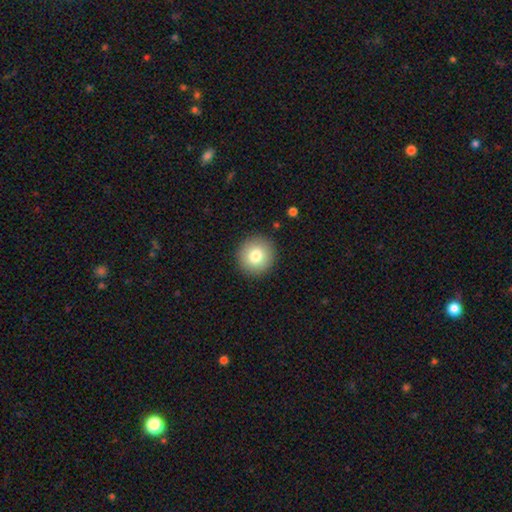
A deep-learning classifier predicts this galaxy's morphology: smooth-or-featured: smooth: 80% | featured or disk: 11% | star or artifact: 9%
  how-rounded: round: 94% | in between: 5% | cigar-shaped: 1%
  merging: none: 91% | minor disturbance: 6% | major disturbance: 2% | merger: 1%